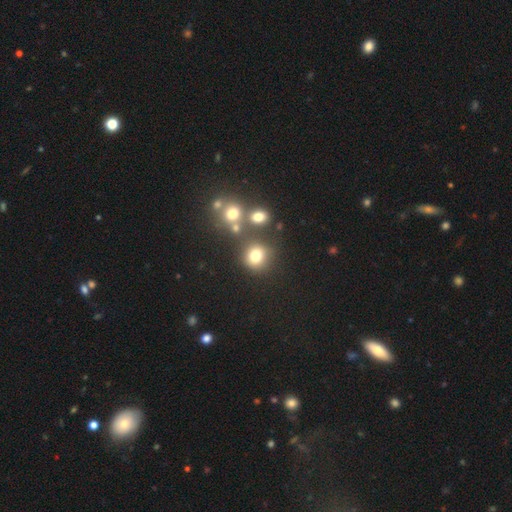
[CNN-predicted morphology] A smooth galaxy with no disk features (75%) that is round (85%). Merging: none (68%).